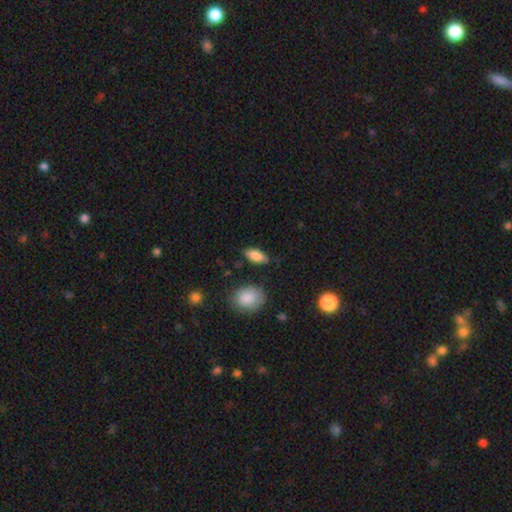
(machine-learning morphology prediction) Smooth or featured? smooth (81%)
How rounded? in between (84%)
Merging? none (80%)